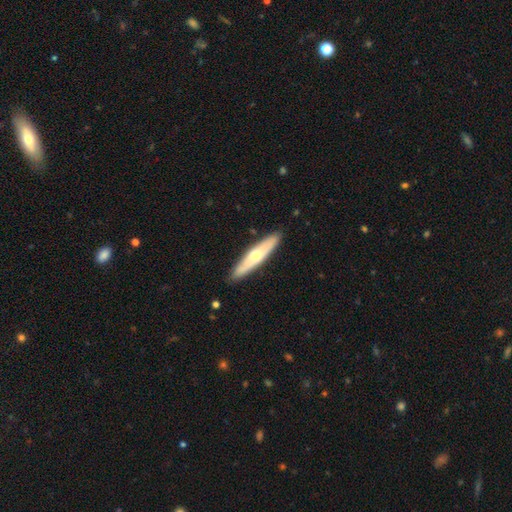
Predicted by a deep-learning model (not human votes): Smooth or featured: smooth — 49% (featured or disk — 46%)
Merging: none — 88% (minor disturbance — 9%)